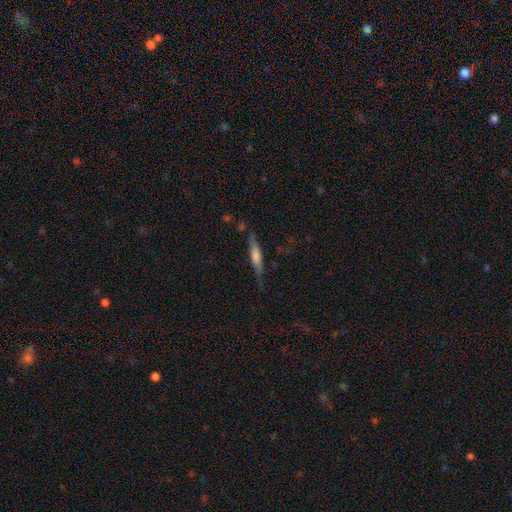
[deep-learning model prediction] Overall: featured or disk (52%; smooth 41%). Edge-on disk: yes (93%). Merging: none (76%).